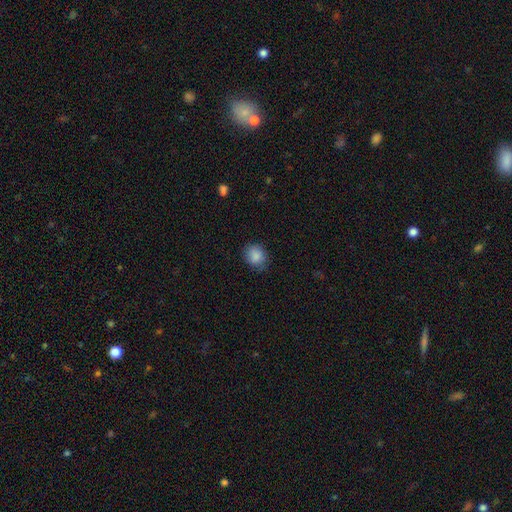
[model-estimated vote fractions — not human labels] Q: Smooth or featured?
A: smooth (87%); runner-up: star or artifact (8%)
Q: How rounded?
A: round (68%); runner-up: in between (31%)
Q: Merging?
A: none (77%); runner-up: minor disturbance (18%)